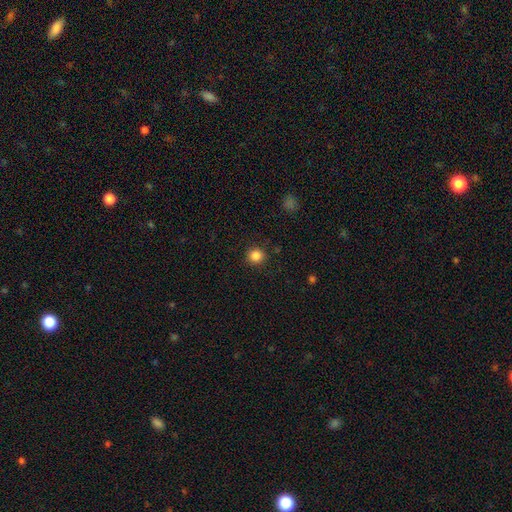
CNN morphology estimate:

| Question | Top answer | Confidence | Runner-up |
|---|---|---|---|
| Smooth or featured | smooth | 85% | star or artifact (11%) |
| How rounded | round | 92% | in between (7%) |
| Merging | none | 90% | minor disturbance (6%) |